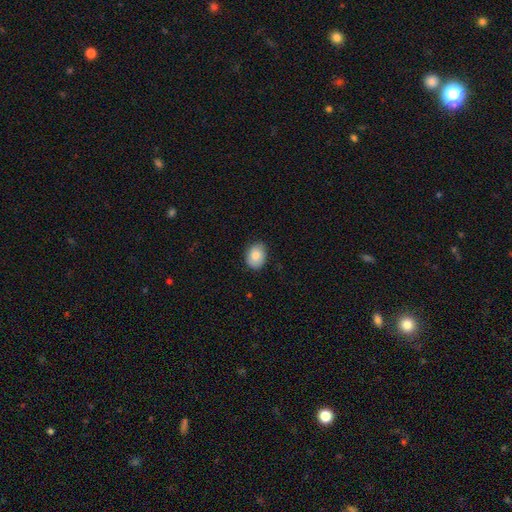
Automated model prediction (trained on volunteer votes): A smooth galaxy with no disk features (85%) that is in between round and cigar-shaped (67%). Merging: none (85%).